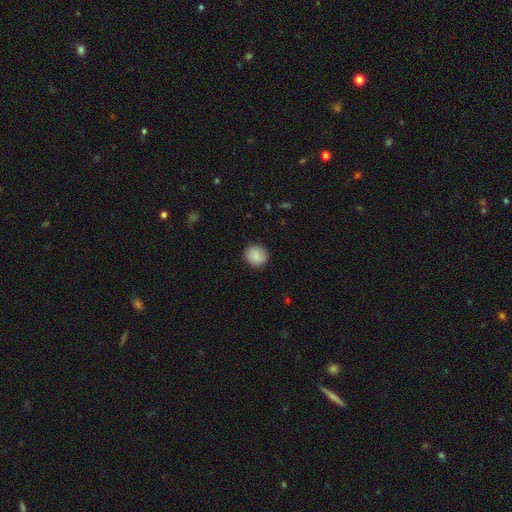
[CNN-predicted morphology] A smooth galaxy with no disk features (89%) that is round (89%). Merging: none (88%).